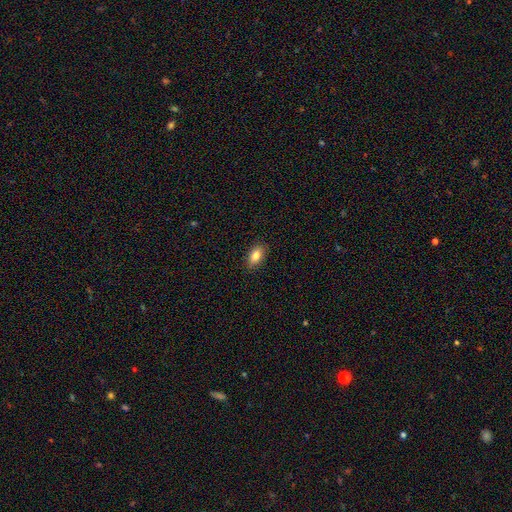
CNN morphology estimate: type=smooth (83%); roundness=in between (90%); merging=none (88%).